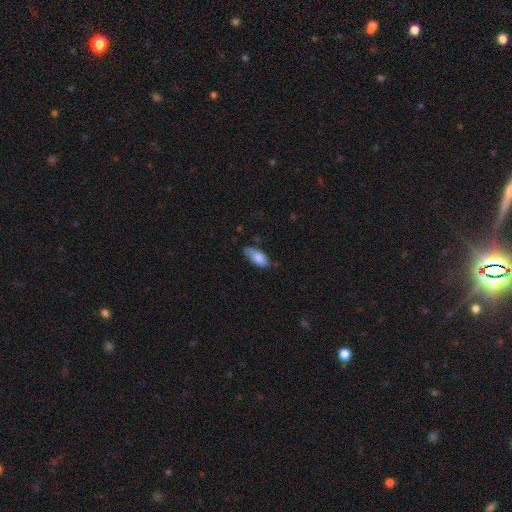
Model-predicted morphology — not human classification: Smooth or featured? smooth (81%)
How rounded? in between (84%)
Merging? none (64%)